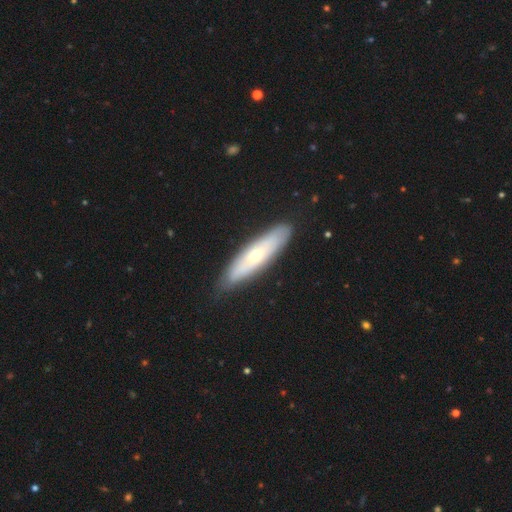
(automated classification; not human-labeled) This is possibly a featured or disk galaxy (48%). Merging: clearly none (84%).